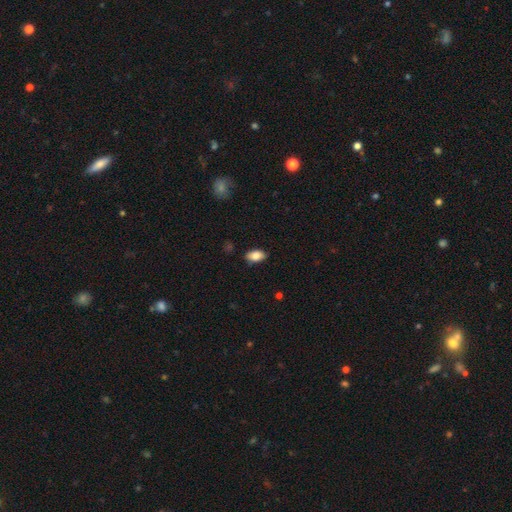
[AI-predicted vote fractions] Smooth or featured? smooth (86%)
How rounded? in between (92%)
Merging? none (85%)